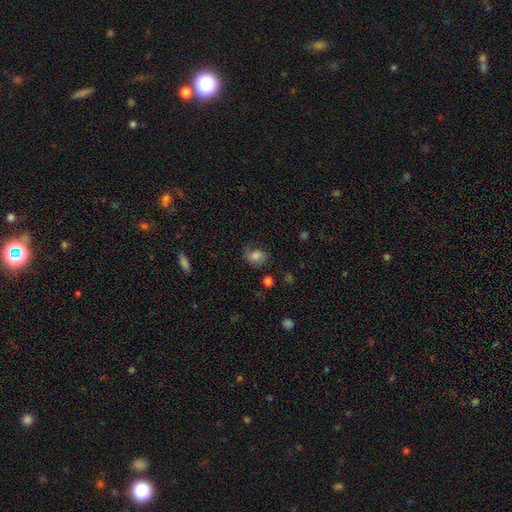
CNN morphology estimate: A smooth galaxy with no disk features (69%) that is in between round and cigar-shaped (50%).

Vote fractions:
- Smooth or featured? smooth: 69% / featured or disk: 21% / star or artifact: 11%
- How rounded? in between: 50% / round: 49% / cigar-shaped: 1%
- Merging? none: 54% / minor disturbance: 27% / major disturbance: 18% / merger: 2%